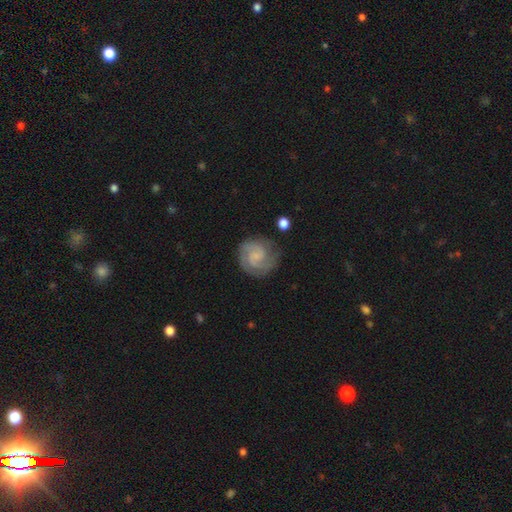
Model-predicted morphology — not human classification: Smooth or featured?
  - featured or disk: 81% *
  - smooth: 14%
  - star or artifact: 6%
Edge-on disk?
  - no: 98% *
  - yes: 2%
Bar?
  - no: 50% *
  - weak: 42%
  - strong: 8%
Spiral arms?
  - yes: 97% *
  - no: 3%
Spiral winding?
  - tight: 54% *
  - medium: 38%
  - loose: 8%
Spiral arm count?
  - 2: 70% *
  - 3: 12%
  - can't tell: 9%
  - 1: 3%
  - 4: 2%
  - more than 4: 2%
Bulge size?
  - small: 45% *
  - none: 42%
  - moderate: 11%
  - large: 2%
  - dominant: 1%
Merging?
  - none: 77% *
  - minor disturbance: 15%
  - major disturbance: 6%
  - merger: 2%